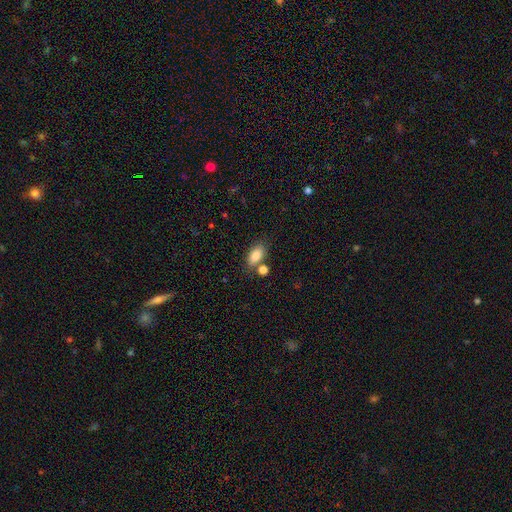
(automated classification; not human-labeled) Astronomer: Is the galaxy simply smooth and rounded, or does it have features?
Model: smooth — 85%.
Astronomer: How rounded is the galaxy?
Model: in between — 90%.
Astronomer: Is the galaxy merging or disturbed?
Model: none — 69%.